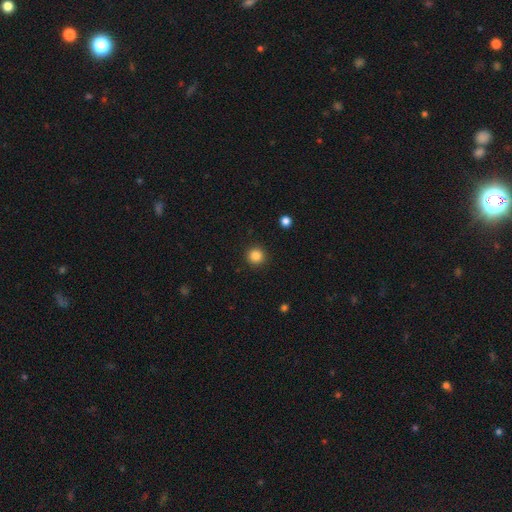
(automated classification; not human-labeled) Morphology: type=smooth (85%); roundness=round (95%); merging=none (92%).